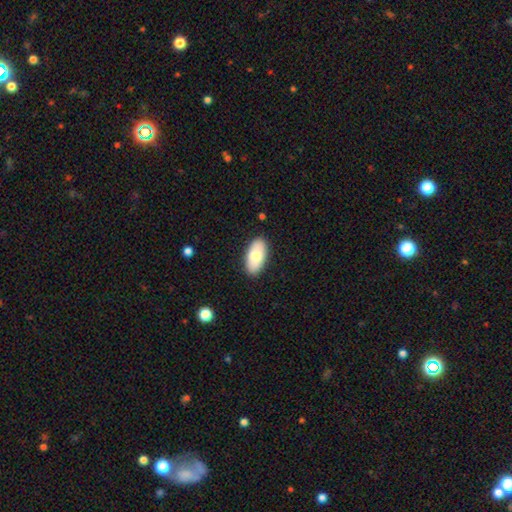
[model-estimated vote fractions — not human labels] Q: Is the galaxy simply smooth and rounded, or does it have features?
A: smooth — 75%.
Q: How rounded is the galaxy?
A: in between — 94%.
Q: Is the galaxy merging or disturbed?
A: none — 88%.